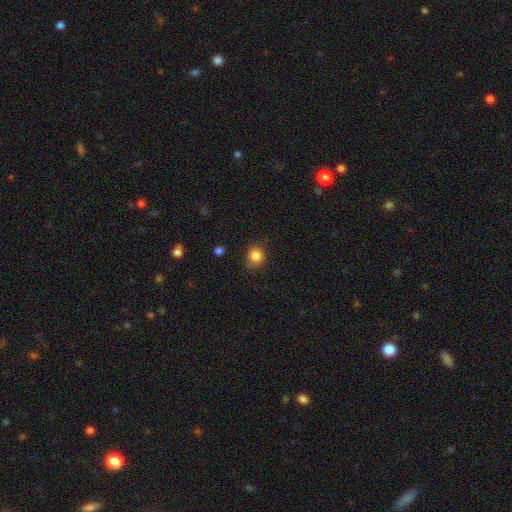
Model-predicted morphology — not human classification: smooth-or-featured: smooth: 85% | star or artifact: 11% | featured or disk: 4%
  how-rounded: round: 85% | in between: 14% | cigar-shaped: 1%
  merging: none: 77% | minor disturbance: 17% | major disturbance: 4% | merger: 2%